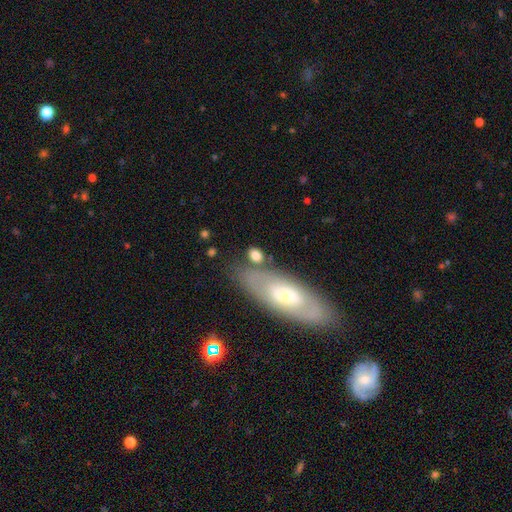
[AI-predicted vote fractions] Overall: smooth (77%). How rounded: in between (68%). Merging: none (66%).